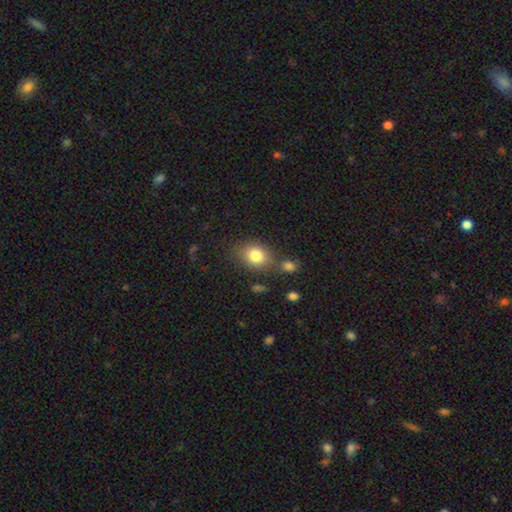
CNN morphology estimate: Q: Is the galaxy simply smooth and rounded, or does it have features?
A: smooth — 81%.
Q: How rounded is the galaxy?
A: in between — 53%.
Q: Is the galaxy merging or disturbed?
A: none — 70%.